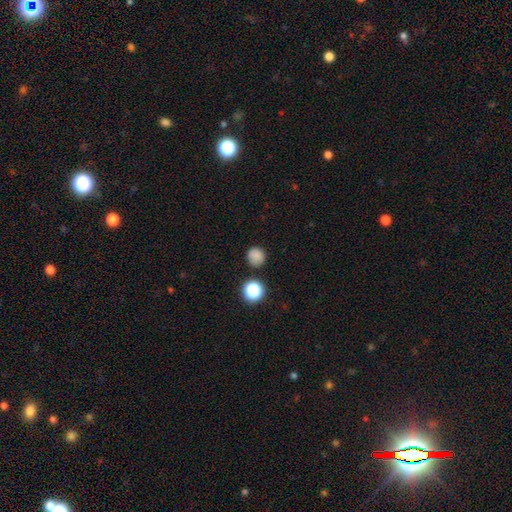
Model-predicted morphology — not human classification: type=smooth (82%); roundness=round (91%); merging=none (85%).